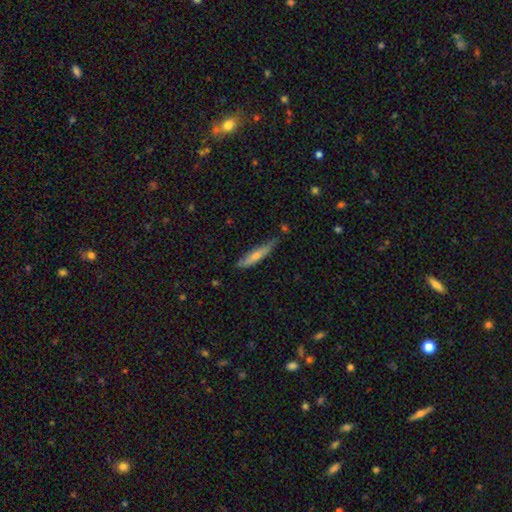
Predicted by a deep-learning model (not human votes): Smooth or featured: smooth — 55% (featured or disk — 38%)
How rounded: cigar-shaped — 90% (in between — 8%)
Merging: none — 71% (minor disturbance — 23%)